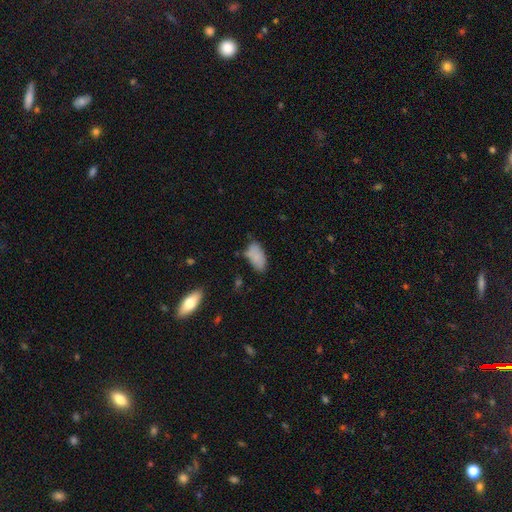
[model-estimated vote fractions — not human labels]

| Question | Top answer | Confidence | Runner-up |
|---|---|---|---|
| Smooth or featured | smooth | 83% | featured or disk (9%) |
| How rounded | in between | 93% | cigar-shaped (4%) |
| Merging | none | 58% | minor disturbance (28%) |